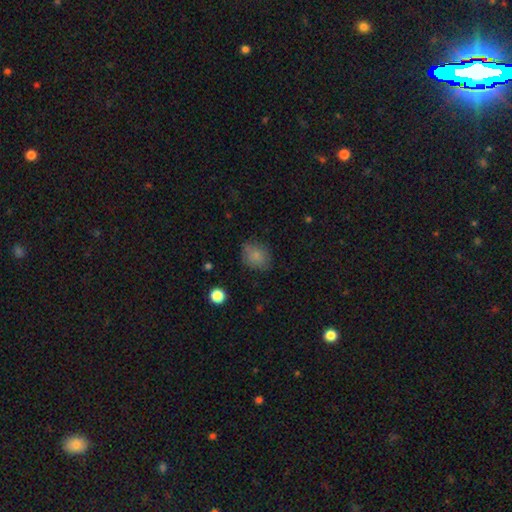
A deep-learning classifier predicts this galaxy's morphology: smooth_or_featured: smooth (p=0.81) [alt: star or artifact p=0.11]
how_rounded: round (p=0.54) [alt: in between p=0.45]
merging: none (p=0.73) [alt: minor disturbance p=0.19]